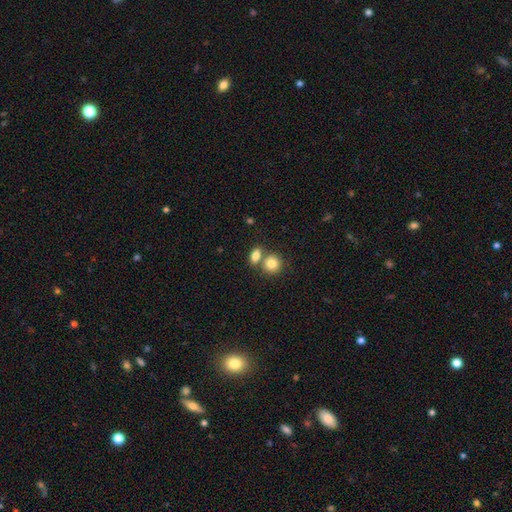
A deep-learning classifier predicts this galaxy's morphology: Smooth or featured?
  - smooth: 82% *
  - featured or disk: 10%
  - star or artifact: 9%
How rounded?
  - in between: 62% *
  - round: 35%
  - cigar-shaped: 3%
Merging?
  - none: 48% *
  - merger: 40%
  - minor disturbance: 9%
  - major disturbance: 3%